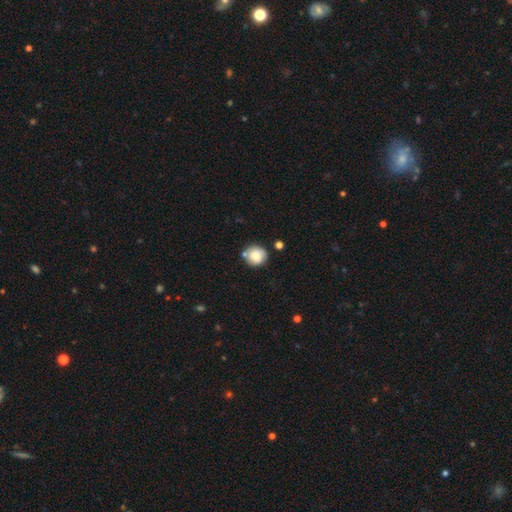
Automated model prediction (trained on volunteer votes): Smooth or featured? Predicted: smooth (p=0.81). How rounded? Predicted: round (p=0.90). Merging? Predicted: none (p=0.71).